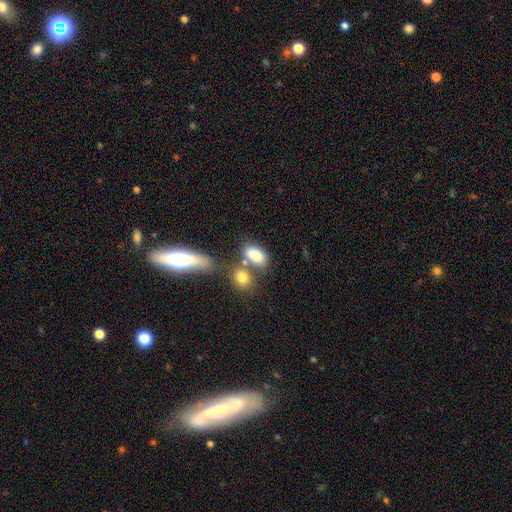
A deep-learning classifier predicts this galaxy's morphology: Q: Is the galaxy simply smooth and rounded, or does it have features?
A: smooth — 81%.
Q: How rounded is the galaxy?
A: in between — 85%.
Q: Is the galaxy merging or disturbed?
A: none — 43%.